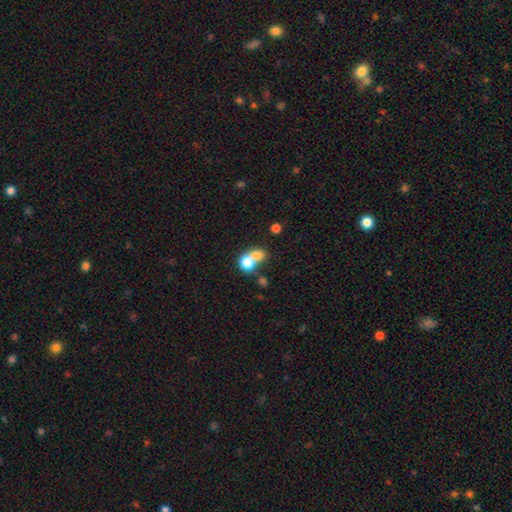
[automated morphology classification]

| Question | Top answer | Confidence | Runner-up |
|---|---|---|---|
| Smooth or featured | smooth | 74% | featured or disk (15%) |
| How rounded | round | 62% | in between (36%) |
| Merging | merger | 62% | none (27%) |